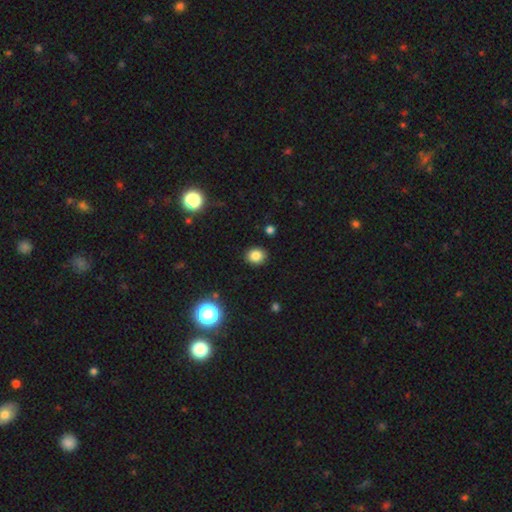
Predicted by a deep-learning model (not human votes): Smooth or featured? Predicted: smooth (p=0.83). How rounded? Predicted: round (p=0.70). Merging? Predicted: none (p=0.90).